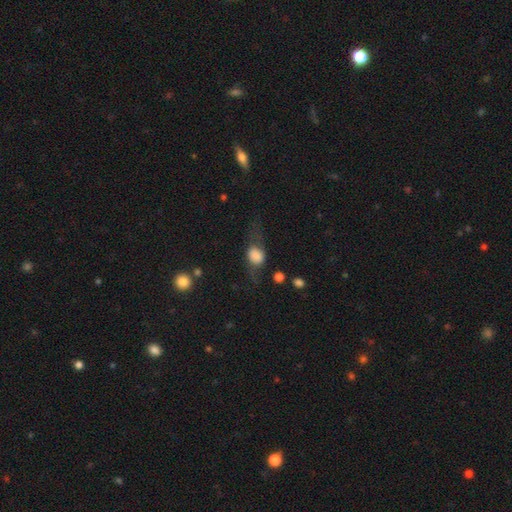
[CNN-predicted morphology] Q: Smooth or featured?
A: smooth (59%); runner-up: featured or disk (32%)
Q: How rounded?
A: round (49%); runner-up: in between (47%)
Q: Merging?
A: none (48%); runner-up: major disturbance (26%)